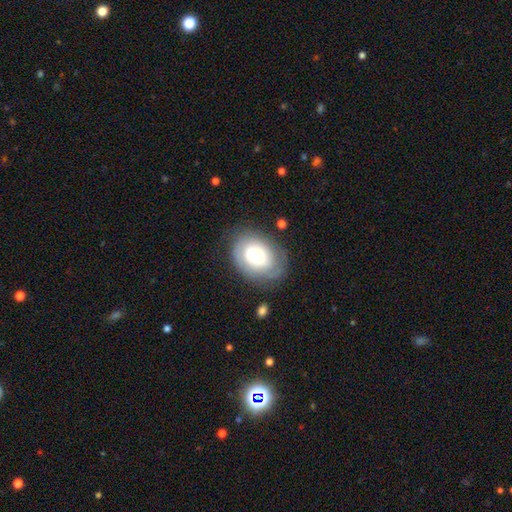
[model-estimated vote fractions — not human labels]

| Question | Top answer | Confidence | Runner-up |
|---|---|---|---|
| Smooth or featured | smooth | 51% | featured or disk (41%) |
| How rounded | in between | 64% | round (35%) |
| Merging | none | 71% | minor disturbance (19%) |